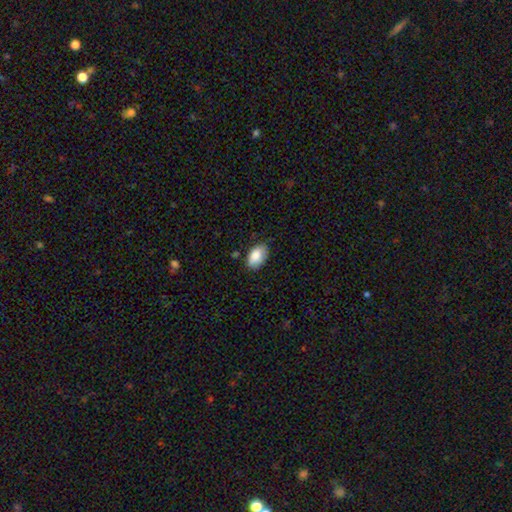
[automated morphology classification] A smooth galaxy with no disk features (86%) that is in between round and cigar-shaped (92%). Merging: none (75%).